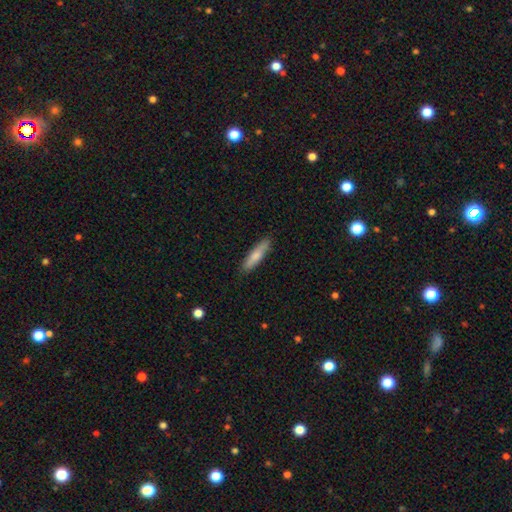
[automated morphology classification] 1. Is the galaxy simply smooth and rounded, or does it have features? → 76% smooth, 19% featured or disk, 6% star or artifact.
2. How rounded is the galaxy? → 79% cigar-shaped, 19% in between, 2% round.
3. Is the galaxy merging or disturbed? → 87% none, 10% minor disturbance, 2% major disturbance, 1% merger.